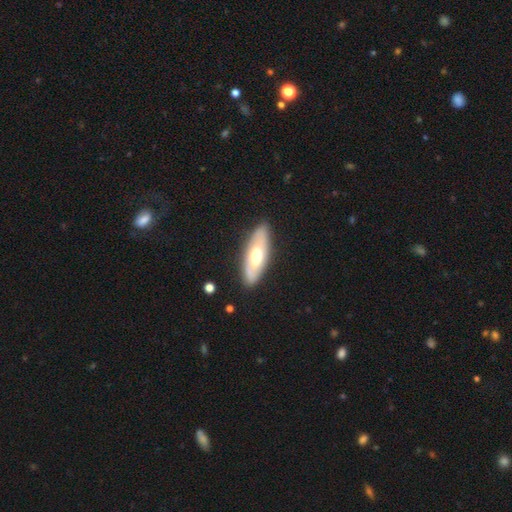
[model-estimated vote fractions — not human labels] Q: Smooth or featured?
A: featured or disk (49%); runner-up: smooth (46%)
Q: Merging?
A: none (85%); runner-up: minor disturbance (11%)